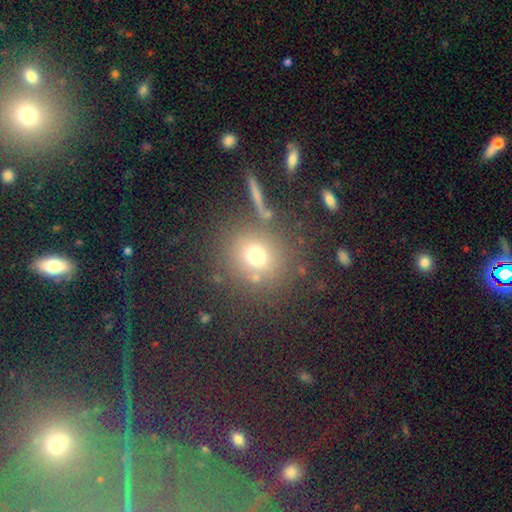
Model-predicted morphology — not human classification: This is likely a smooth galaxy (70%). How rounded: clearly round (85%). Merging: likely none (77%).